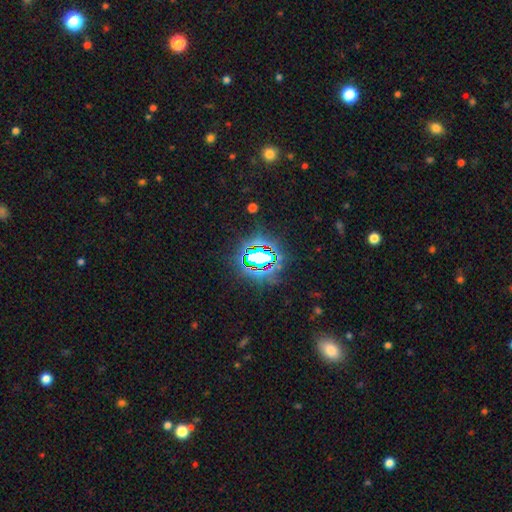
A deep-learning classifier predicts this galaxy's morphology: This is likely a star or artifact rather than a galaxy (74%).